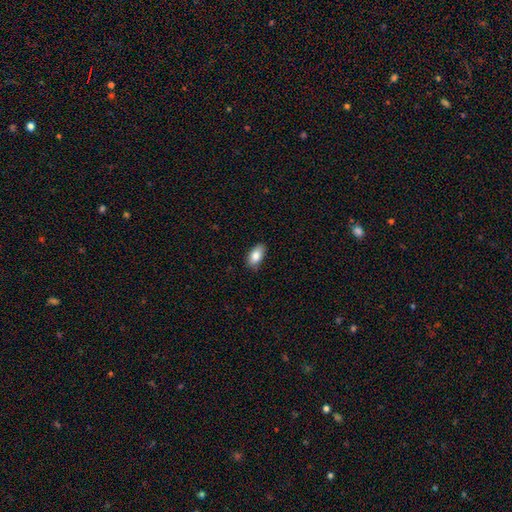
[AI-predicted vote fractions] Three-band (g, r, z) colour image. It shows a smooth galaxy with no disk features (84%) that is in between round and cigar-shaped (92%). Merging: none (83%).